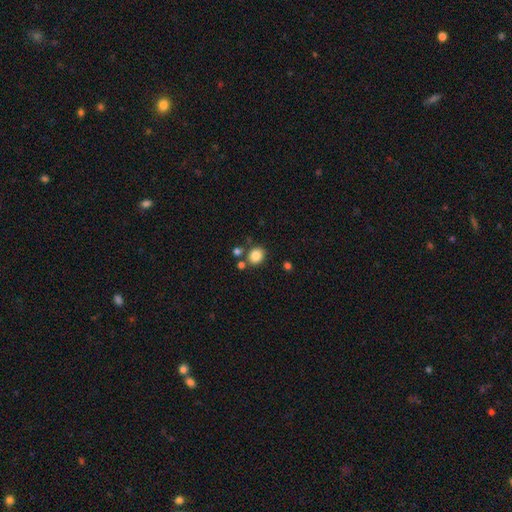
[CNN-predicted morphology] Smooth or featured: smooth — 84% (star or artifact — 10%)
How rounded: round — 62% (in between — 37%)
Merging: none — 76% (merger — 11%)